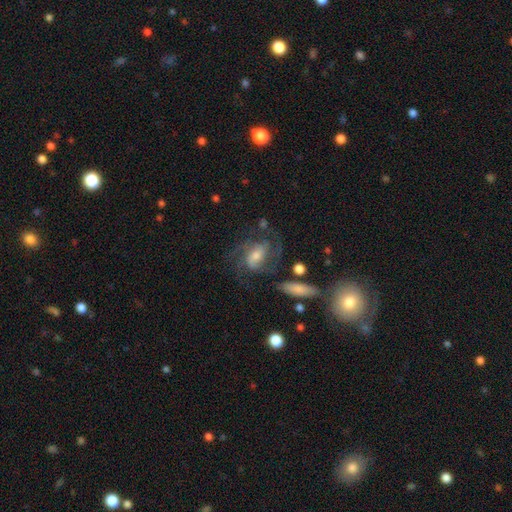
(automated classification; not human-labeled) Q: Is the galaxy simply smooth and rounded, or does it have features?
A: featured or disk — 83%.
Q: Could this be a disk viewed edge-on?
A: no — 97%.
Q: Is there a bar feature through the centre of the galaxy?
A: weak — 44%.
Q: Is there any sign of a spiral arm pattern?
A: yes — 95%.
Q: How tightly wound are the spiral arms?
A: medium — 50%.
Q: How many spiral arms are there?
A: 2 — 40%.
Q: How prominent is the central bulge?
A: moderate — 48%.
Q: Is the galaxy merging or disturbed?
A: none — 66%.